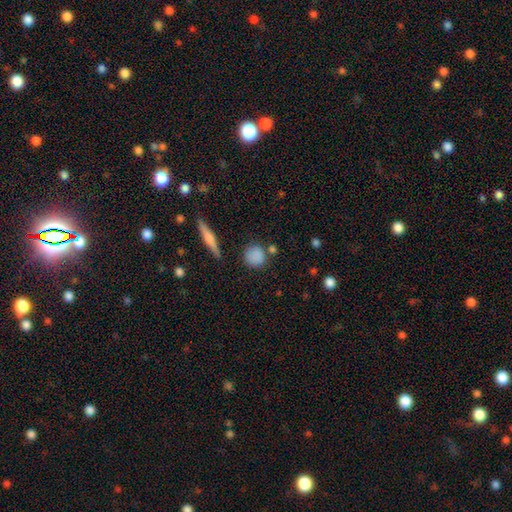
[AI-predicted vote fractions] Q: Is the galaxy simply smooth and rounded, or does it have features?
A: smooth — 82%.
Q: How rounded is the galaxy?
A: round — 85%.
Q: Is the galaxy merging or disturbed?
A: none — 77%.